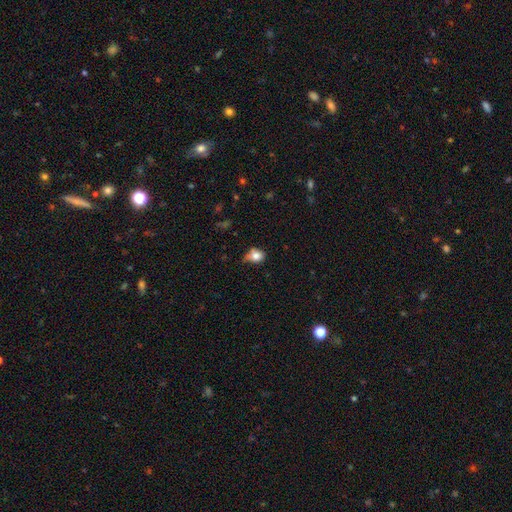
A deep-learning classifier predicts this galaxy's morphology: This is likely a smooth galaxy (78%). How rounded: possibly round (51%). Merging: marginally minor disturbance (42%).